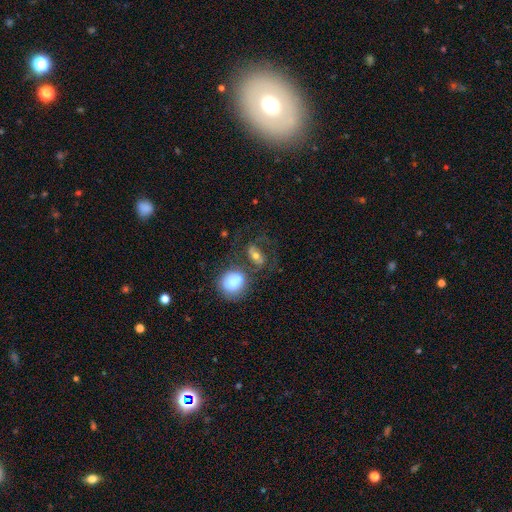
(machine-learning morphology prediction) smooth-or-featured: smooth: 47% | featured or disk: 41% | star or artifact: 11%
  merging: none: 41% | merger: 27% | major disturbance: 17% | minor disturbance: 16%